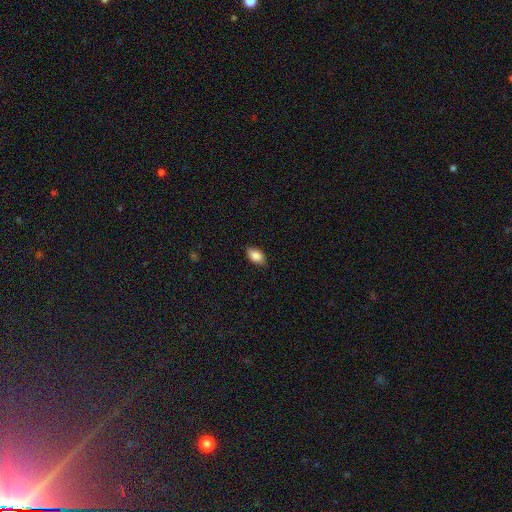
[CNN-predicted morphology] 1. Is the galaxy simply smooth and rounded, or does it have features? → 87% smooth, 7% star or artifact, 6% featured or disk.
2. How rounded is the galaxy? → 92% in between, 6% round, 2% cigar-shaped.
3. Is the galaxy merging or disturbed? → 86% none, 11% minor disturbance, 2% major disturbance, 1% merger.